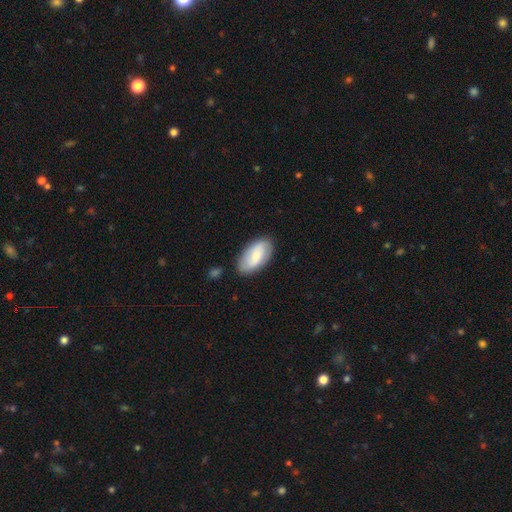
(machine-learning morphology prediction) The model was most divided on "smooth or featured": smooth: 66%, featured or disk: 28%, star or artifact: 6%. More confident: how rounded — in between (94%); merging — none (84%).